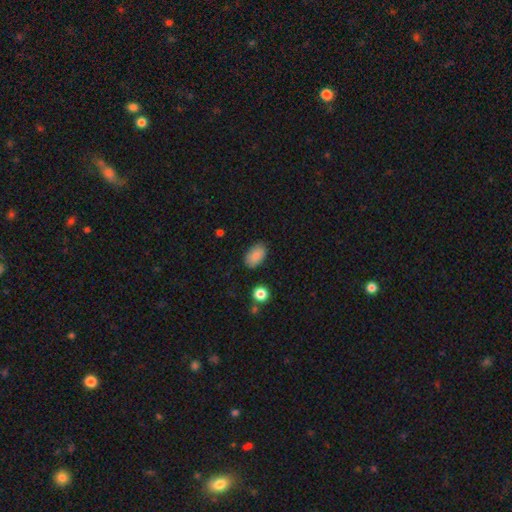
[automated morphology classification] A smooth galaxy with no disk features (87%) that is in between round and cigar-shaped (91%).

Vote fractions:
- Smooth or featured? smooth: 87% / star or artifact: 8% / featured or disk: 5%
- How rounded? in between: 91% / round: 8% / cigar-shaped: 2%
- Merging? none: 85% / minor disturbance: 11% / major disturbance: 3% / merger: 2%